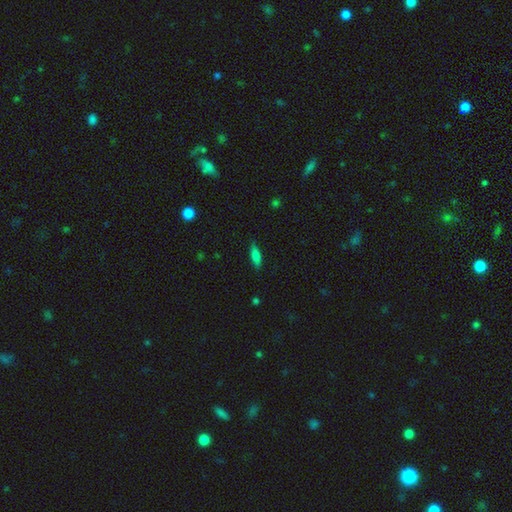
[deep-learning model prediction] smooth_or_featured: smooth (p=0.70) [alt: featured or disk p=0.22]
how_rounded: cigar-shaped (p=0.54) [alt: in between p=0.43]
merging: none (p=0.85) [alt: minor disturbance p=0.12]